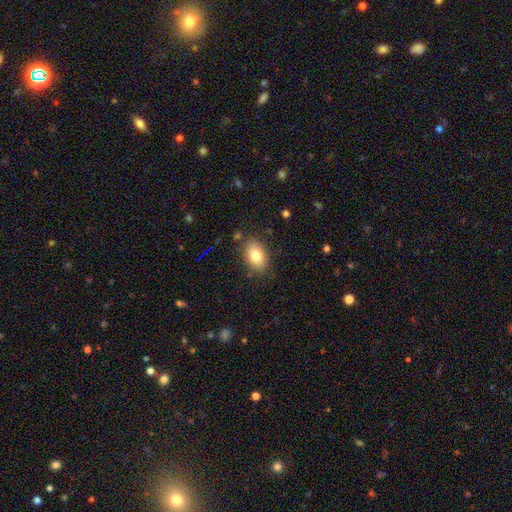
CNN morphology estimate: A smooth galaxy with no disk features (81%) that is in between round and cigar-shaped (85%). Merging: none (83%).